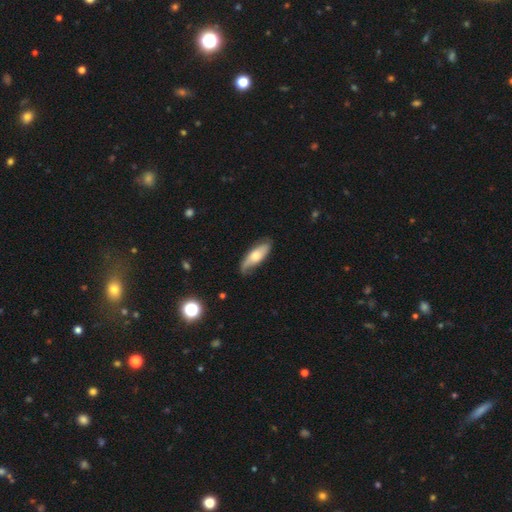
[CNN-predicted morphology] A smooth galaxy with no disk features (56%) that is in between round and cigar-shaped (64%). Merging: none (69%).